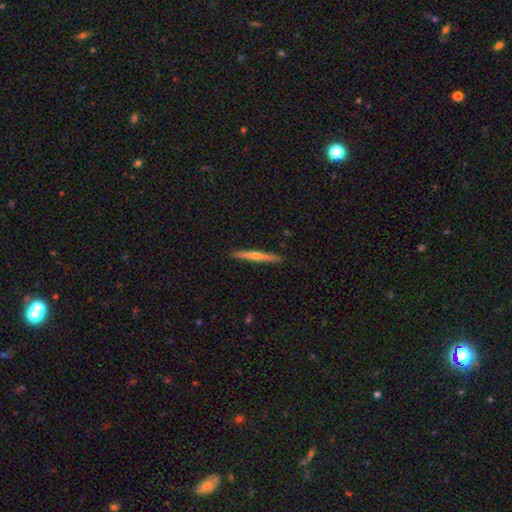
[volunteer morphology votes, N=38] This appears to be a featured or disk galaxy (76%) viewed edge-on (97%) with a rounded central bulge (86%). Merging: none (92%).